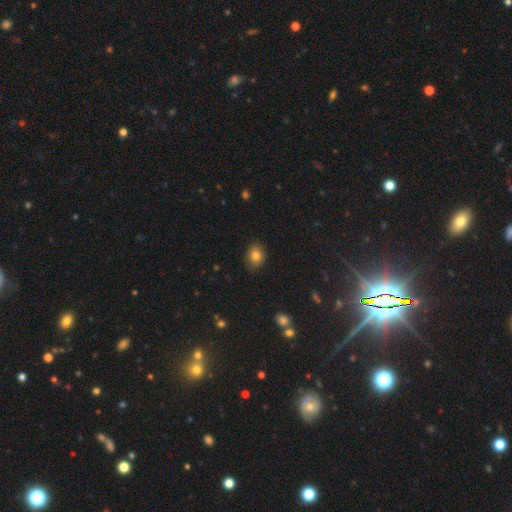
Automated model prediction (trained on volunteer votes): smooth 81%, star or artifact 10%, featured or disk 8%. Down the decision tree: how rounded — in between (55%); merging — none (87%).